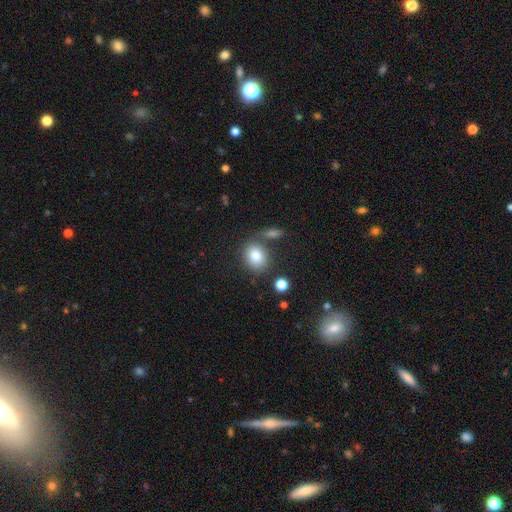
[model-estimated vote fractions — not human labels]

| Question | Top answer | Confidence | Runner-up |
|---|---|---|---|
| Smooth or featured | smooth | 81% | star or artifact (10%) |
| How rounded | round | 56% | in between (43%) |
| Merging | none | 70% | minor disturbance (13%) |